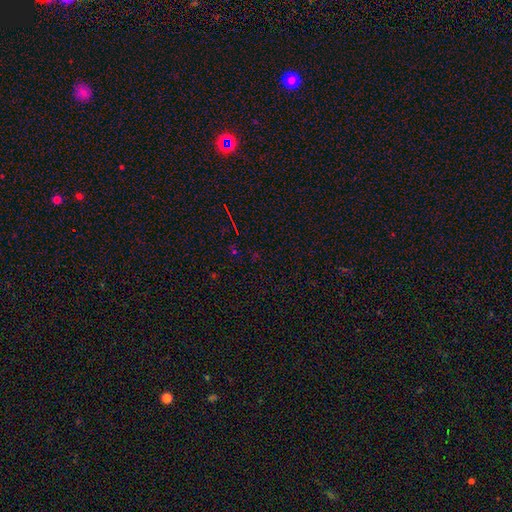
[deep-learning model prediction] smooth-or-featured: star or artifact: 71% | smooth: 20% | featured or disk: 10%